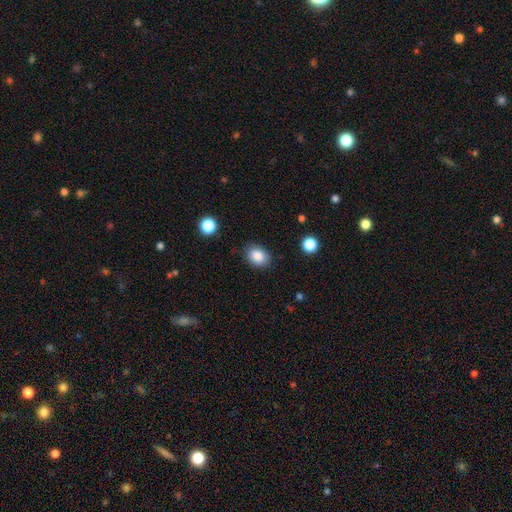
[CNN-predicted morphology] A smooth galaxy with no disk features (86%) that is in between round and cigar-shaped (60%). Merging: none (84%).